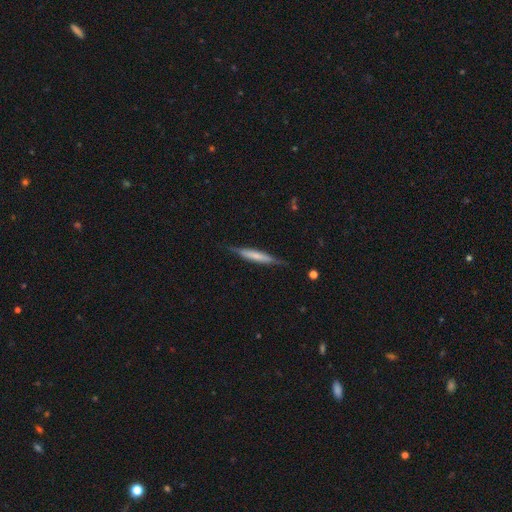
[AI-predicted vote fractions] A smooth galaxy with no disk features (52%) that is cigar-shaped (93%).

Vote fractions:
- Smooth or featured? smooth: 52% / featured or disk: 43% / star or artifact: 6%
- How rounded? cigar-shaped: 93% / in between: 6% / round: 1%
- Merging? none: 81% / minor disturbance: 14% / major disturbance: 3% / merger: 1%